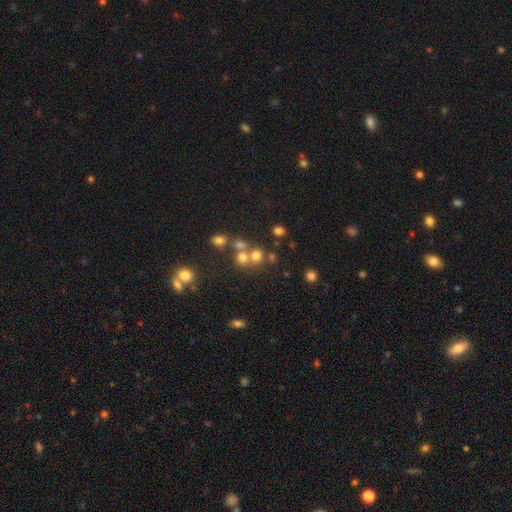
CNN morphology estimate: This is likely a smooth galaxy (64%). How rounded: clearly round (84%). Merging: possibly none (49%).